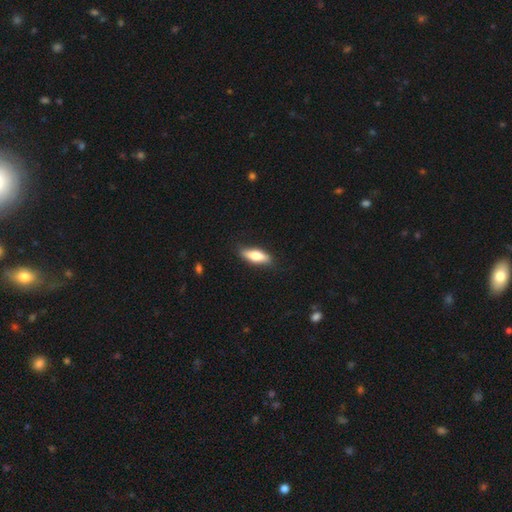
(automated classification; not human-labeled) This appears to be a smooth galaxy with no disk features (70%) that is in between round and cigar-shaped (57%). Merging: none (84%).